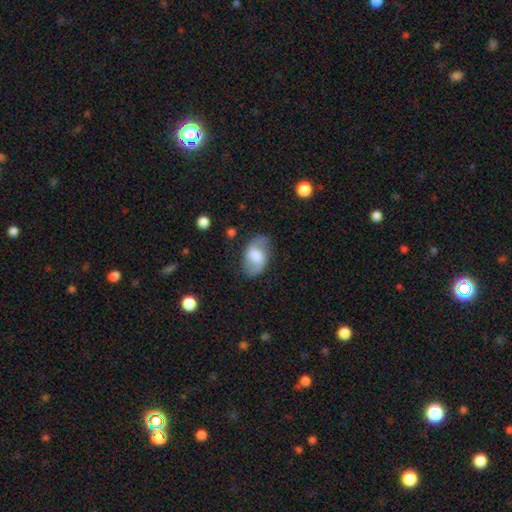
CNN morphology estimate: A featured or disk galaxy (48%).

Vote fractions:
- Smooth or featured? featured or disk: 48% / smooth: 45% / star or artifact: 7%
- Merging? none: 70% / minor disturbance: 20% / major disturbance: 8% / merger: 2%